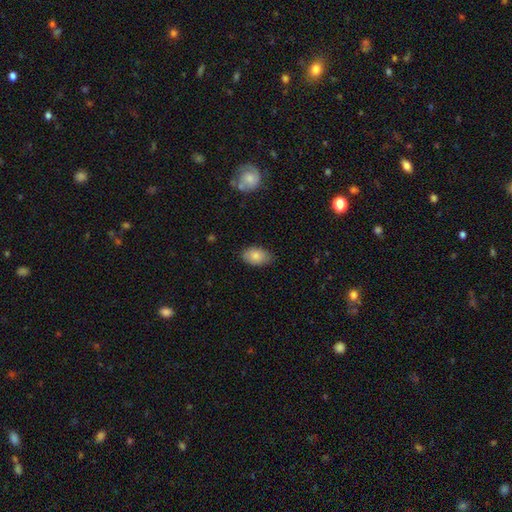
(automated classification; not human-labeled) Overall: smooth (83%). How rounded: in between (90%). Merging: none (80%).